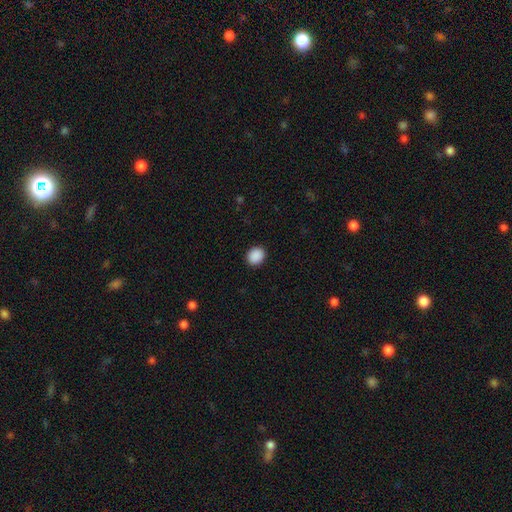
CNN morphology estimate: A smooth galaxy with no disk features (90%) that is round (62%). Merging: none (91%).